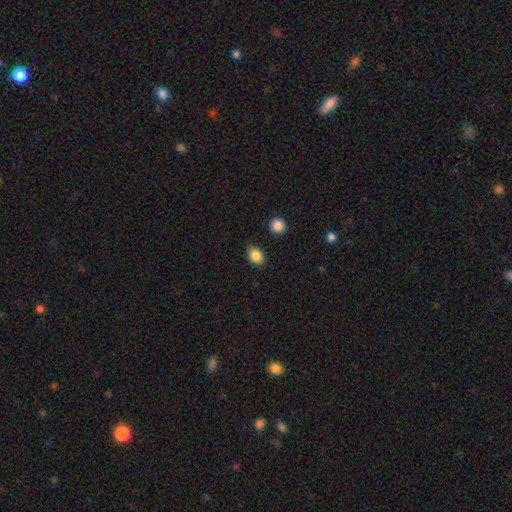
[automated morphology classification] A smooth galaxy with no disk features (86%) that is in between round and cigar-shaped (75%).

Vote fractions:
- Smooth or featured? smooth: 86% / star or artifact: 9% / featured or disk: 5%
- How rounded? in between: 75% / round: 23% / cigar-shaped: 2%
- Merging? none: 77% / minor disturbance: 17% / major disturbance: 3% / merger: 2%